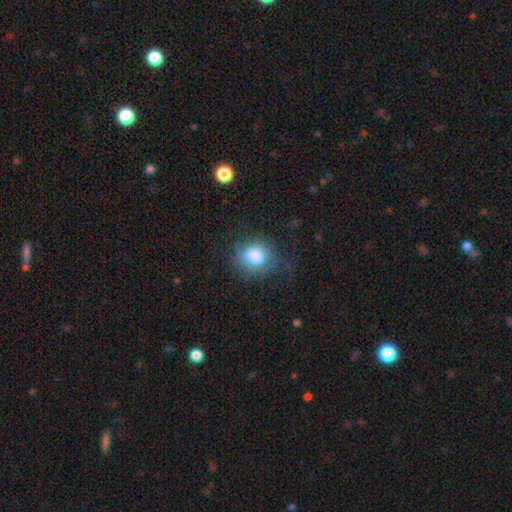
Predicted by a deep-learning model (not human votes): A smooth galaxy with no disk features (78%) that is round (66%).

Vote fractions:
- Smooth or featured? smooth: 78% / featured or disk: 13% / star or artifact: 9%
- How rounded? round: 66% / in between: 33% / cigar-shaped: 1%
- Merging? none: 62% / minor disturbance: 22% / major disturbance: 14% / merger: 1%